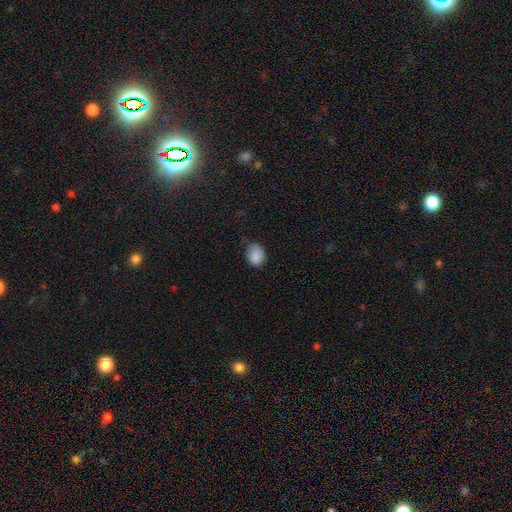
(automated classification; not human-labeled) This is clearly a smooth galaxy (87%). How rounded: possibly in between (55%). Merging: likely none (67%).